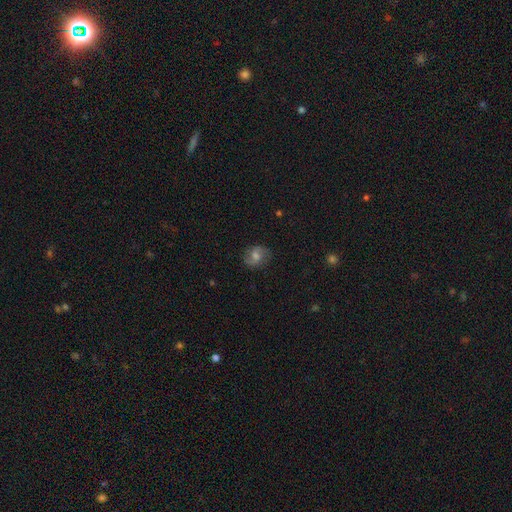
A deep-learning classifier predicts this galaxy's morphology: smooth_or_featured: featured or disk (p=0.55) [alt: smooth p=0.34]
disk_edge_on: no (p=0.97) [alt: yes p=0.03]
bar: weak (p=0.45) [alt: no p=0.43]
has_spiral_arms: yes (p=0.88) [alt: no p=0.12]
bulge_size: moderate (p=0.55) [alt: small p=0.27]
merging: none (p=0.80) [alt: minor disturbance p=0.14]